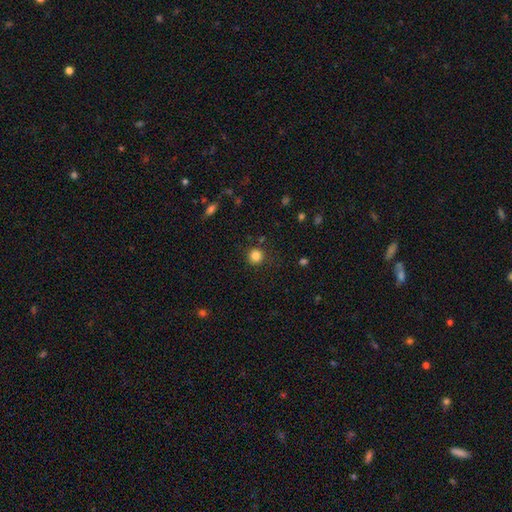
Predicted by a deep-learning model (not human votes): Q: Smooth or featured?
A: smooth (84%); runner-up: star or artifact (12%)
Q: How rounded?
A: round (94%); runner-up: in between (5%)
Q: Merging?
A: none (88%); runner-up: minor disturbance (7%)